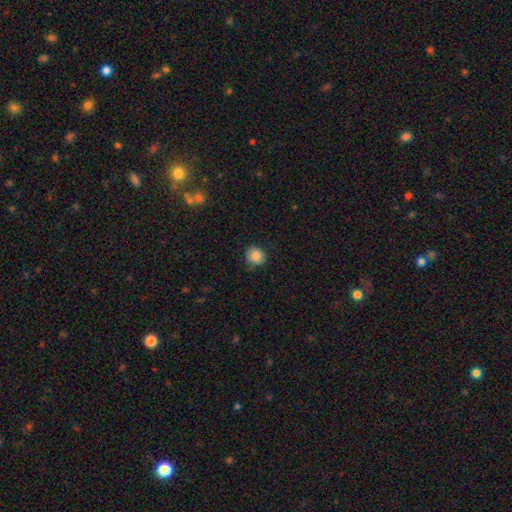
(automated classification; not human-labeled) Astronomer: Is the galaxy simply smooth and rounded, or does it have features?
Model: smooth — 83%.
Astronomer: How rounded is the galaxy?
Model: round — 77%.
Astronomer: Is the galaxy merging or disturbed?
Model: none — 79%.